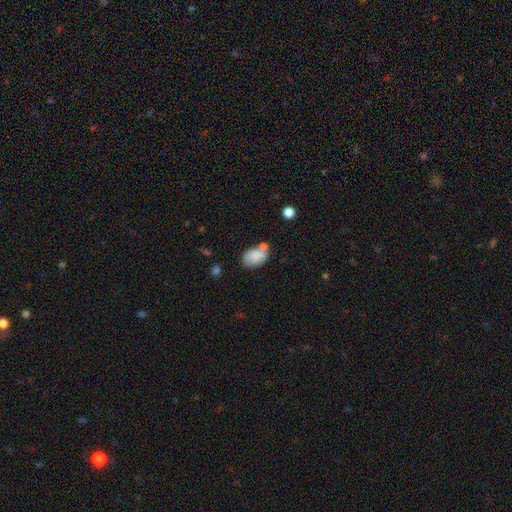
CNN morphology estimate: A smooth galaxy with no disk features (83%) that is in between round and cigar-shaped (86%).

Vote fractions:
- Smooth or featured? smooth: 83% / featured or disk: 9% / star or artifact: 8%
- How rounded? in between: 86% / round: 12% / cigar-shaped: 1%
- Merging? none: 53% / minor disturbance: 21% / merger: 20% / major disturbance: 6%